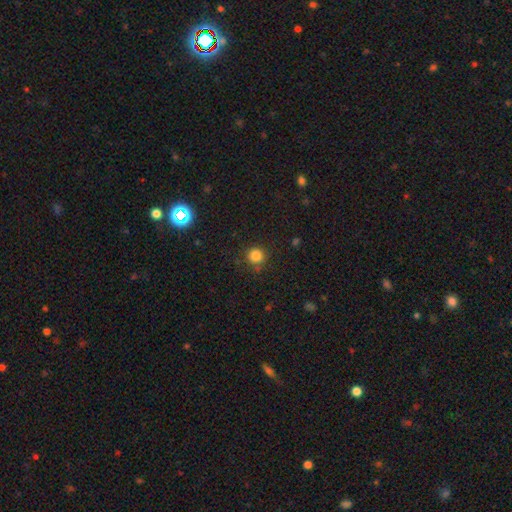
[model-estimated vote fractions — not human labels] Smooth or featured: smooth — 83% (star or artifact — 13%)
How rounded: round — 94% (in between — 5%)
Merging: none — 86% (minor disturbance — 9%)